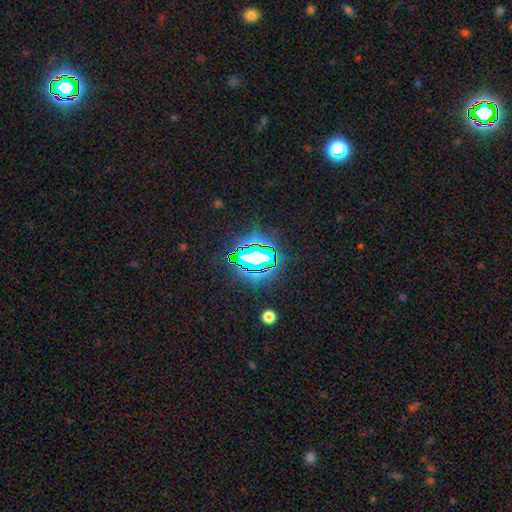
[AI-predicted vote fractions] This appears to be a star or artifact, not a galaxy (75%).